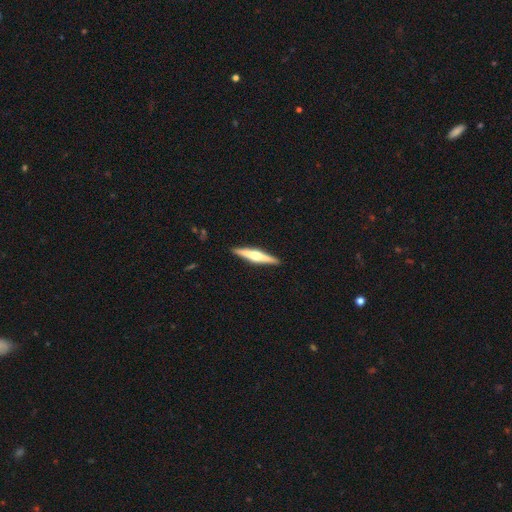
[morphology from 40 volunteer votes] A featured or disk galaxy (75%) viewed edge-on (100%) with a rounded central bulge (87%).

Vote fractions:
- Smooth or featured? featured or disk: 75% / smooth: 20% / star or artifact: 5%
- Edge-on disk? yes: 100% / no: 0%
- Edge-on bulge? rounded: 87% / boxy: 13% / none: 0%
- Merging? none: 89% / minor disturbance: 8% / merger: 3% / major disturbance: 0%